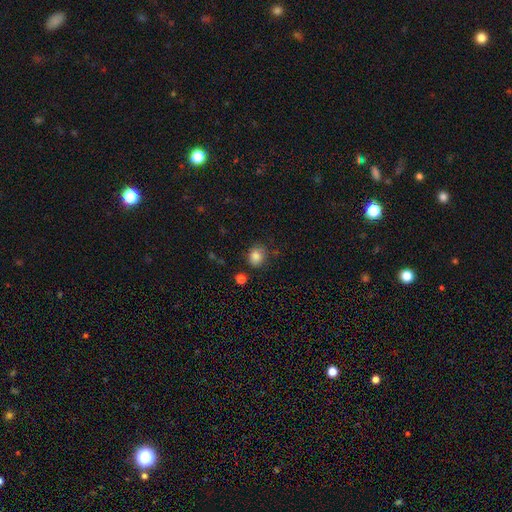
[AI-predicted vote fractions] The model was most divided on "how rounded": round: 67%, in between: 32%, cigar-shaped: 1%. More confident: smooth or featured — smooth (84%); merging — none (77%).